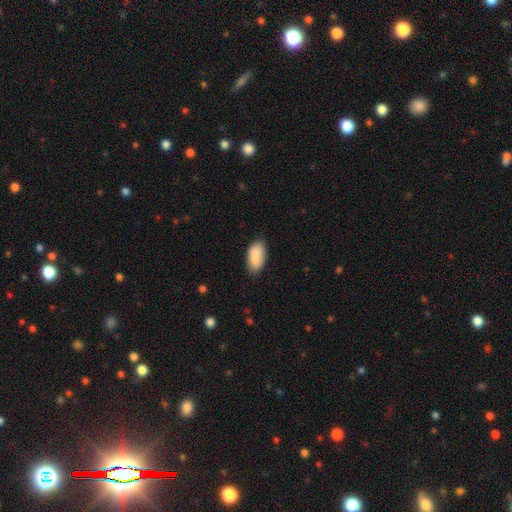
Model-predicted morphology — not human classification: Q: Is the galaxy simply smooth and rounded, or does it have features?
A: smooth — 90%.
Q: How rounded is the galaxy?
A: in between — 94%.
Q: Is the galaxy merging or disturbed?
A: none — 83%.